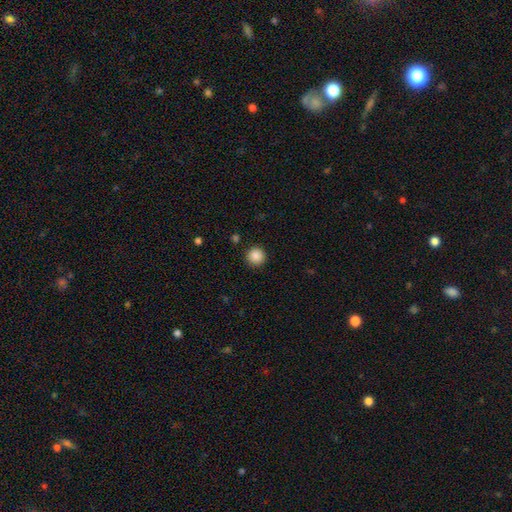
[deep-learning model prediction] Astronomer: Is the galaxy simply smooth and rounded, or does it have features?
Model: smooth — 88%.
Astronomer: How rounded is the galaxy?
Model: round — 95%.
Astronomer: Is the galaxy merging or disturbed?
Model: none — 91%.